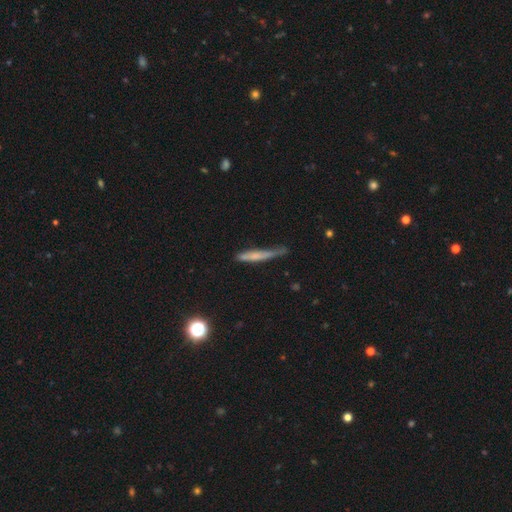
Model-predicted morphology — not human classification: This appears to be a smooth galaxy with no disk features (59%) that is cigar-shaped (93%). Merging: none (52%).